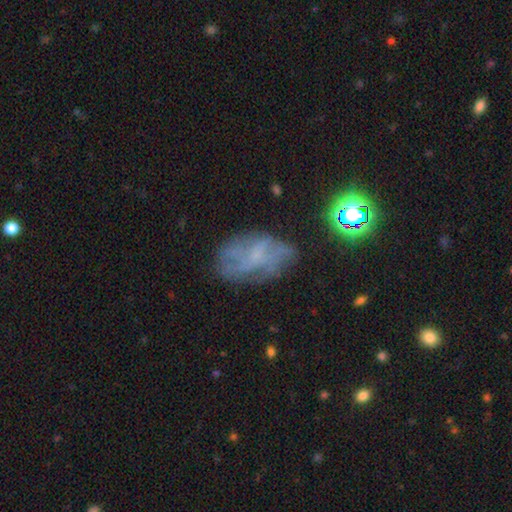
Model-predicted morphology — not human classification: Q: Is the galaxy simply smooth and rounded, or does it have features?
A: featured or disk — 56%.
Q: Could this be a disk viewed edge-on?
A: no — 96%.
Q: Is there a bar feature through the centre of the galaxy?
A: no — 70%.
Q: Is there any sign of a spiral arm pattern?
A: yes — 56%.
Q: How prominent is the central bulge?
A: none — 50%.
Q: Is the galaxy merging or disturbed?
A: none — 58%.